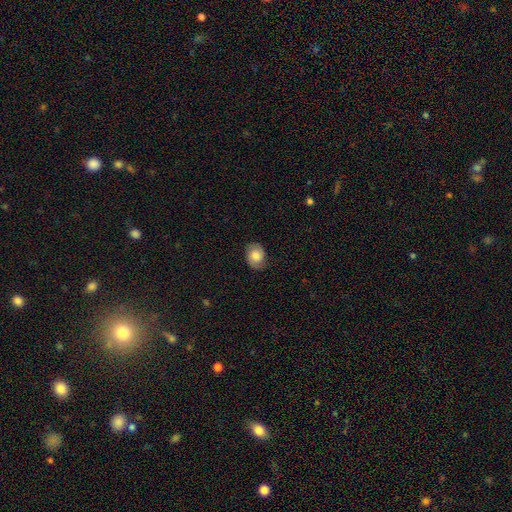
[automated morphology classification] The model was most divided on "how rounded": in between: 56%, round: 43%, cigar-shaped: 1%. More confident: merging — none (81%); smooth or featured — smooth (54%).